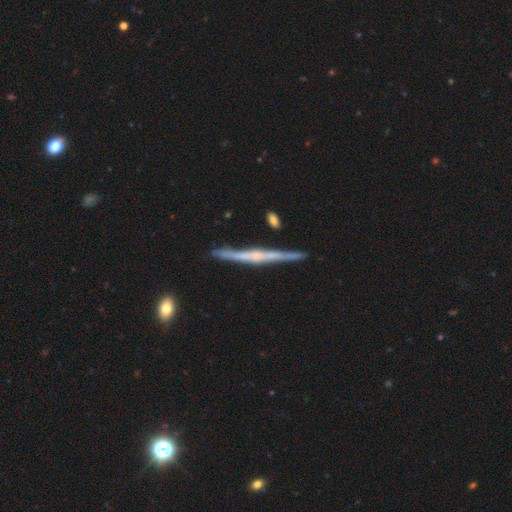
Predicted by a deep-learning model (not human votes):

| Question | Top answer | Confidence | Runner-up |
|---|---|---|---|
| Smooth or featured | featured or disk | 76% | smooth (19%) |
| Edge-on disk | yes | 97% | no (3%) |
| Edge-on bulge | none | 45% | rounded (39%) |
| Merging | none | 86% | minor disturbance (10%) |